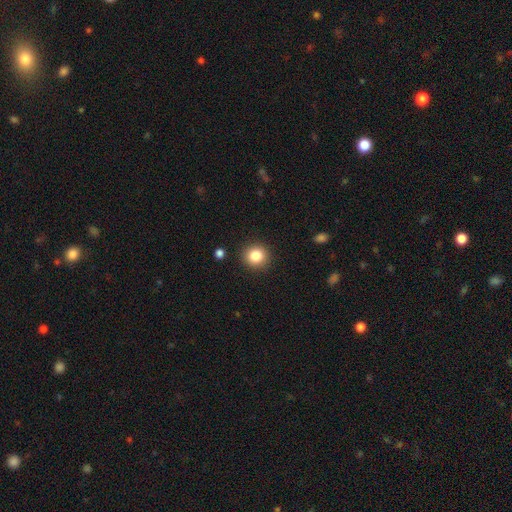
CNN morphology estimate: Smooth or featured: smooth — 83% (star or artifact — 11%)
How rounded: round — 90% (in between — 9%)
Merging: none — 90% (minor disturbance — 6%)